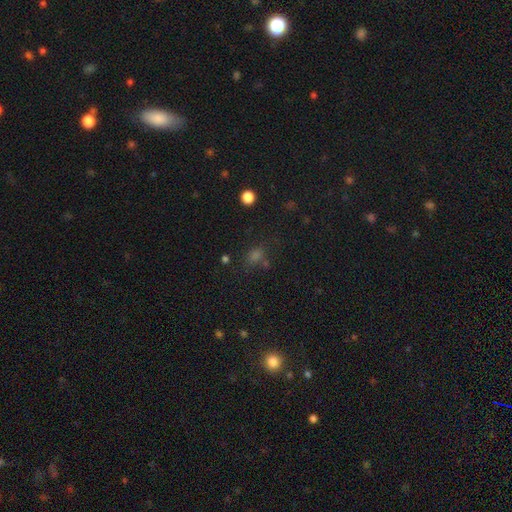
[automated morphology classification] Smooth or featured? smooth (53%)
How rounded? round (53%)
Merging? none (67%)